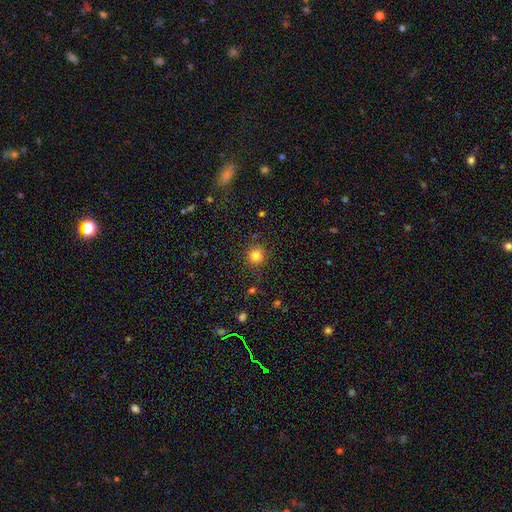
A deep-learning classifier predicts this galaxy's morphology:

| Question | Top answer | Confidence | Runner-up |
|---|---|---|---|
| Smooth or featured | smooth | 81% | star or artifact (13%) |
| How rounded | round | 93% | in between (6%) |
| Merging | none | 89% | minor disturbance (7%) |